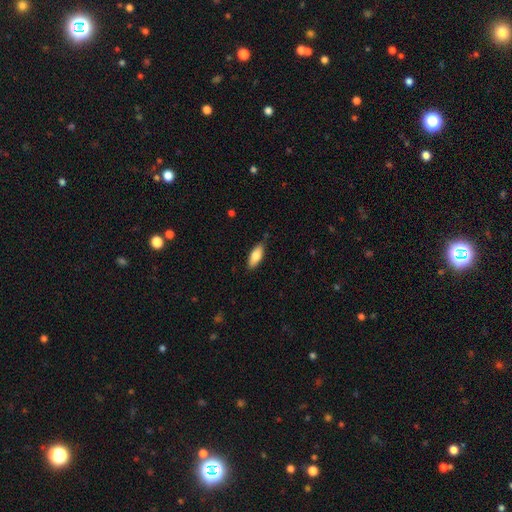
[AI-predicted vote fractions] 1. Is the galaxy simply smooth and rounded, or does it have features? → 76% smooth, 18% featured or disk, 6% star or artifact.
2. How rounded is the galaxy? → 73% in between, 25% cigar-shaped, 2% round.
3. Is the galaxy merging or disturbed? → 83% none, 13% minor disturbance, 2% major disturbance, 1% merger.